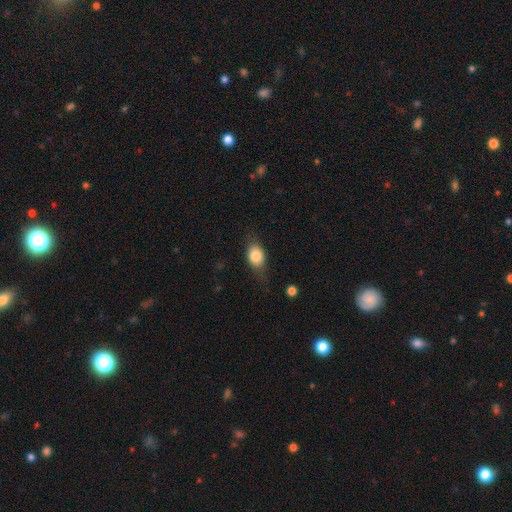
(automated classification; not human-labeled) Q: Smooth or featured?
A: smooth (76%); runner-up: featured or disk (16%)
Q: How rounded?
A: in between (67%); runner-up: round (29%)
Q: Merging?
A: none (70%); runner-up: minor disturbance (21%)